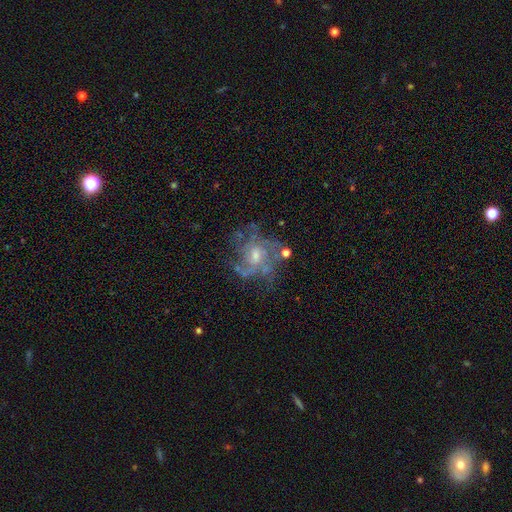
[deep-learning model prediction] smooth_or_featured: featured or disk (p=0.78) [alt: smooth p=0.12]
disk_edge_on: no (p=0.98) [alt: yes p=0.02]
bar: no (p=0.61) [alt: weak p=0.34]
has_spiral_arms: yes (p=0.80) [alt: no p=0.20]
spiral_winding: medium (p=0.44) [alt: tight p=0.35]
spiral_arm_count: can't tell (p=0.39) [alt: 3 p=0.20]
bulge_size: moderate (p=0.47) [alt: small p=0.44]
merging: none (p=0.56) [alt: major disturbance p=0.20]